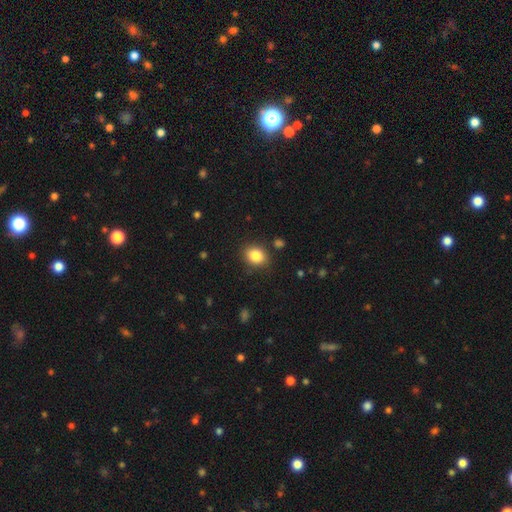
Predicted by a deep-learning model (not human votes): The model was most divided on "how rounded": in between: 55%, round: 44%, cigar-shaped: 1%. More confident: smooth or featured — smooth (85%); merging — none (85%).